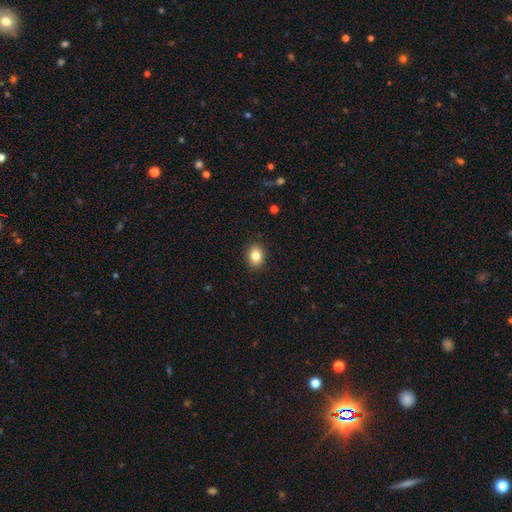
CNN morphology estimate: The model was most divided on "how rounded": in between: 56%, round: 43%, cigar-shaped: 1%. More confident: merging — none (90%); smooth or featured — smooth (84%).